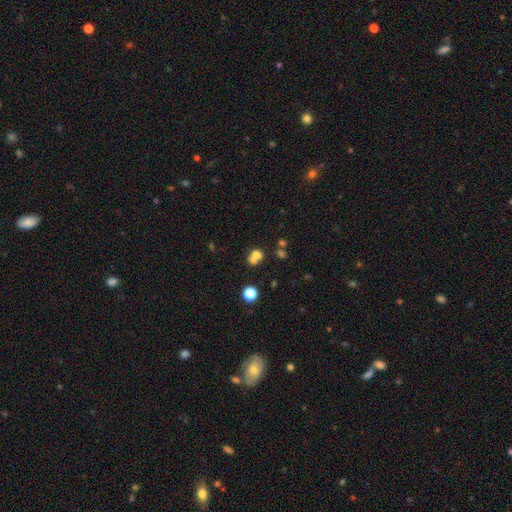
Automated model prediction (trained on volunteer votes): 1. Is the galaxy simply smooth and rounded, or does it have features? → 65% smooth, 18% star or artifact, 17% featured or disk.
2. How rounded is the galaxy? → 68% round, 31% in between, 1% cigar-shaped.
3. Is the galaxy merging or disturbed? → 57% merger, 32% none, 7% minor disturbance, 5% major disturbance.